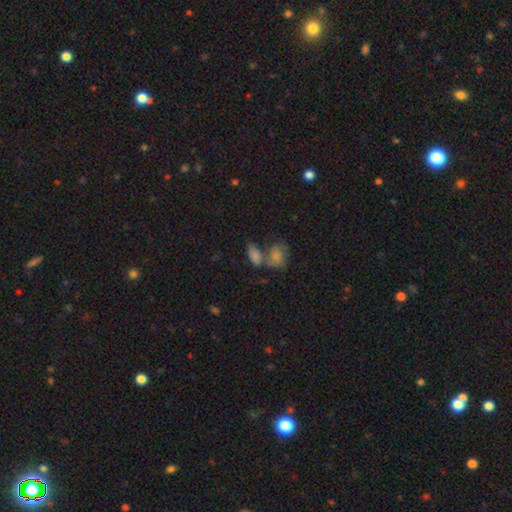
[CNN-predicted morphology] type=smooth (67%); roundness=in between (79%); merging=merger (46%).